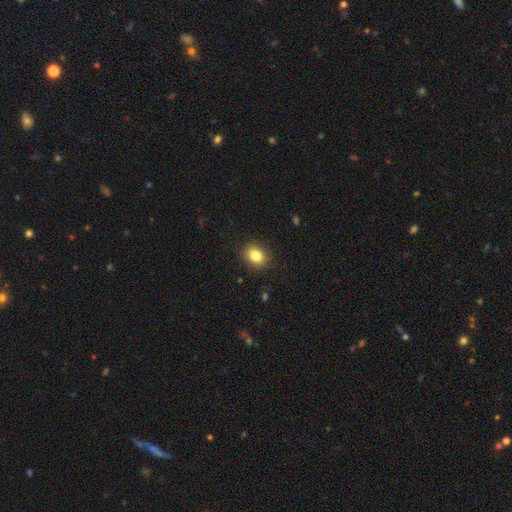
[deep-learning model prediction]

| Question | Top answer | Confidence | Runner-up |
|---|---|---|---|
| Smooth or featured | smooth | 83% | star or artifact (10%) |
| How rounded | in between | 54% | round (45%) |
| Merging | none | 88% | minor disturbance (8%) |